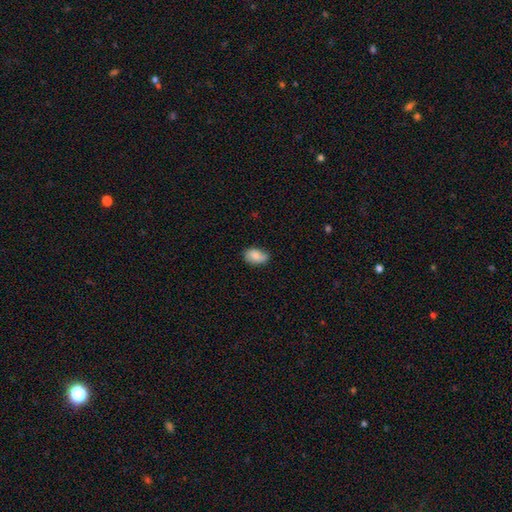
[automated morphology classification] Smooth or featured?
  - smooth: 78% *
  - featured or disk: 14%
  - star or artifact: 8%
How rounded?
  - in between: 86% *
  - round: 13%
  - cigar-shaped: 1%
Merging?
  - none: 68% *
  - minor disturbance: 26%
  - major disturbance: 4%
  - merger: 2%